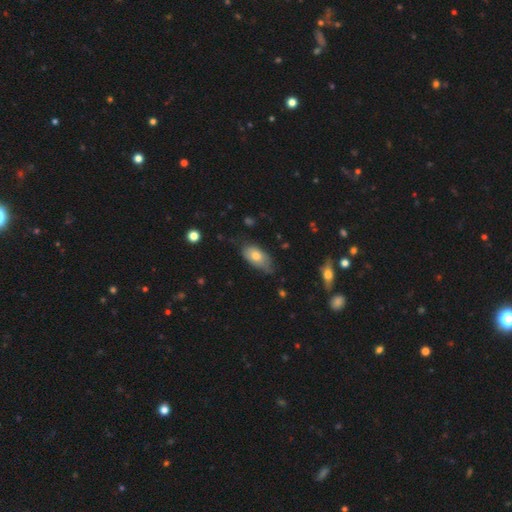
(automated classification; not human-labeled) Overall: smooth (72%). How rounded: in between (91%). Merging: none (48%; minor disturbance 40%).